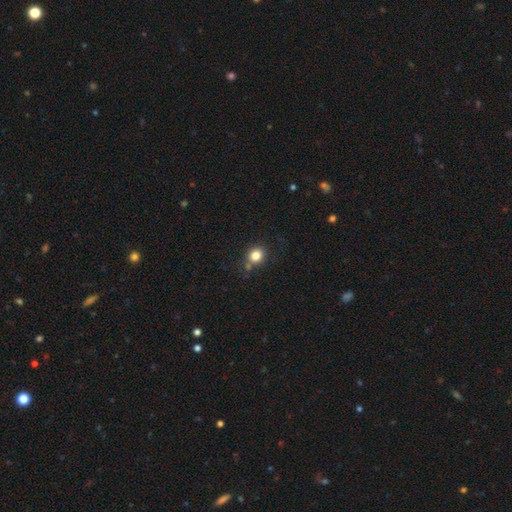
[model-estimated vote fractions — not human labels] Smooth or featured? Predicted: smooth (p=0.82). How rounded? Predicted: round (p=0.78). Merging? Predicted: none (p=0.72).